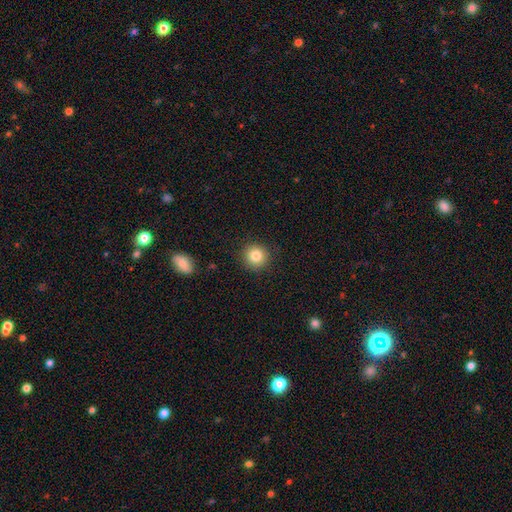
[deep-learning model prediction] This is clearly a smooth galaxy (84%). How rounded: clearly round (93%). Merging: clearly none (90%).